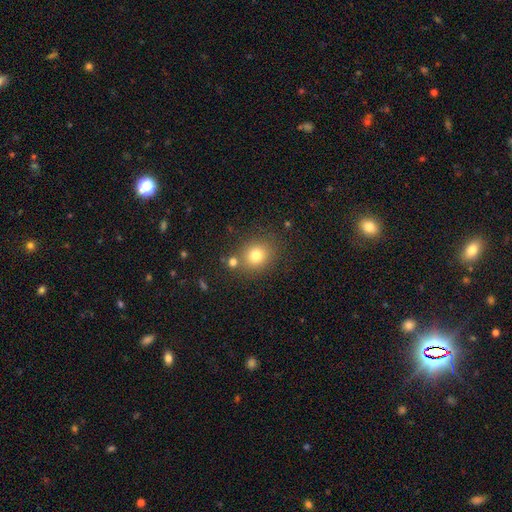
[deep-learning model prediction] Overall: smooth (78%). How rounded: round (76%). Merging: none (73%).